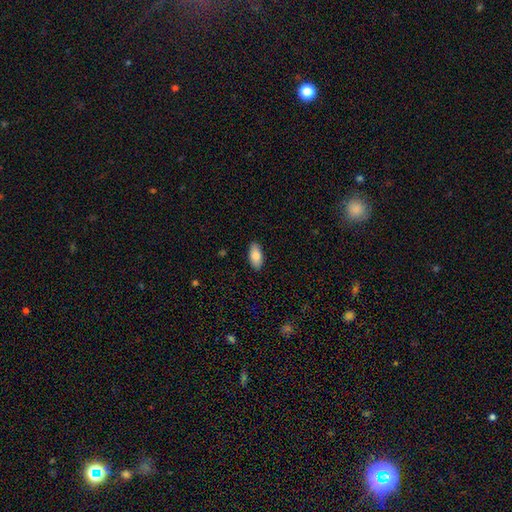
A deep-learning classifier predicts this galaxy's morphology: smooth-or-featured: smooth: 85% | featured or disk: 9% | star or artifact: 6%
  how-rounded: in between: 92% | cigar-shaped: 5% | round: 2%
  merging: none: 89% | minor disturbance: 8% | major disturbance: 2% | merger: 1%